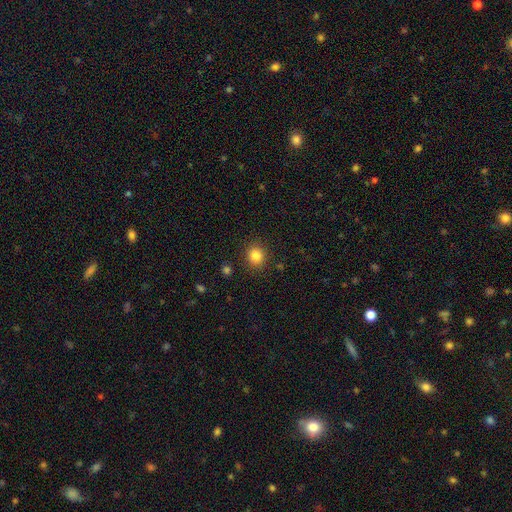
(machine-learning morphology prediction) The model was most divided on "how rounded": round: 78%, in between: 21%, cigar-shaped: 1%. More confident: merging — none (88%); smooth or featured — smooth (84%).